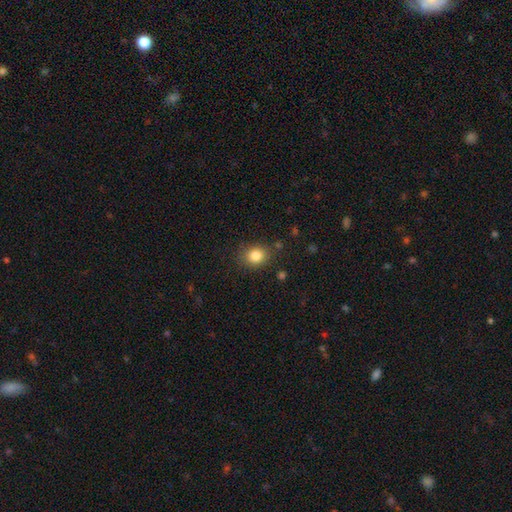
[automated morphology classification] smooth_or_featured: smooth (p=0.84) [alt: star or artifact p=0.10]
how_rounded: round (p=0.62) [alt: in between p=0.37]
merging: none (p=0.83) [alt: minor disturbance p=0.12]